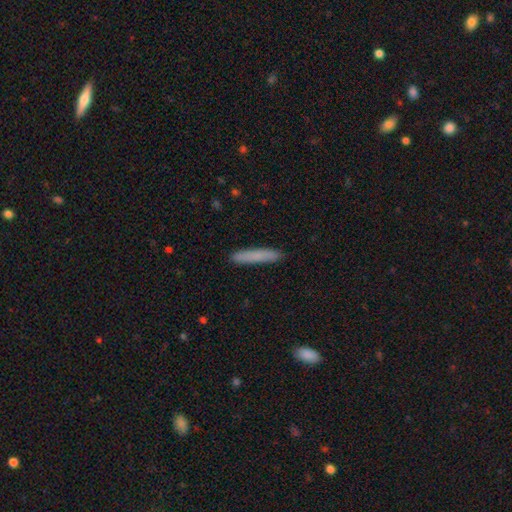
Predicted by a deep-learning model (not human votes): Overall: smooth (81%). How rounded: cigar-shaped (94%). Merging: none (91%).